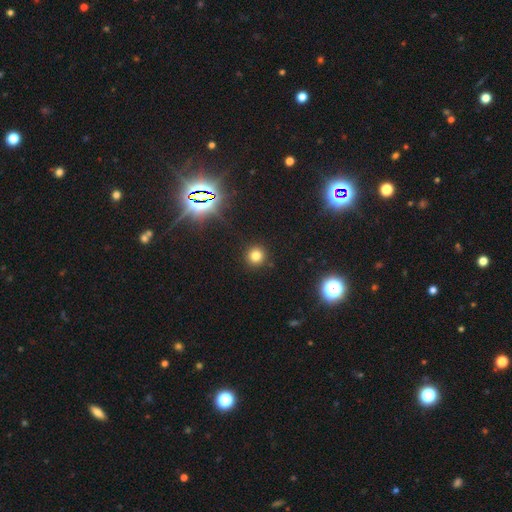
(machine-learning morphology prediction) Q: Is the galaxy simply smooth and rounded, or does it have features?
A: smooth — 76%.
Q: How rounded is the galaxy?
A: round — 94%.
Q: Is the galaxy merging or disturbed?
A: none — 91%.